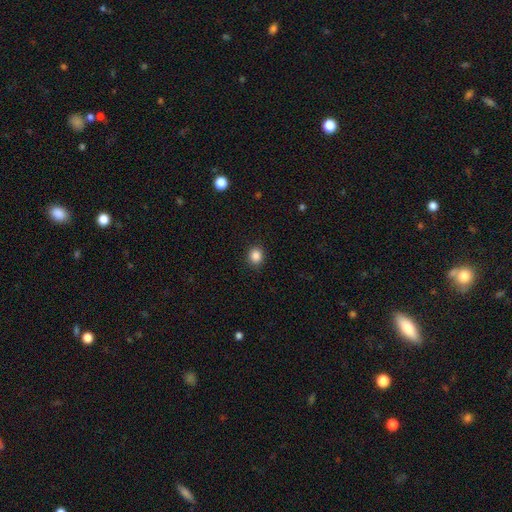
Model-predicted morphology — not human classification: smooth-or-featured: smooth: 86% | star or artifact: 10% | featured or disk: 3%
  how-rounded: round: 76% | in between: 23% | cigar-shaped: 1%
  merging: none: 90% | minor disturbance: 7% | major disturbance: 2% | merger: 1%